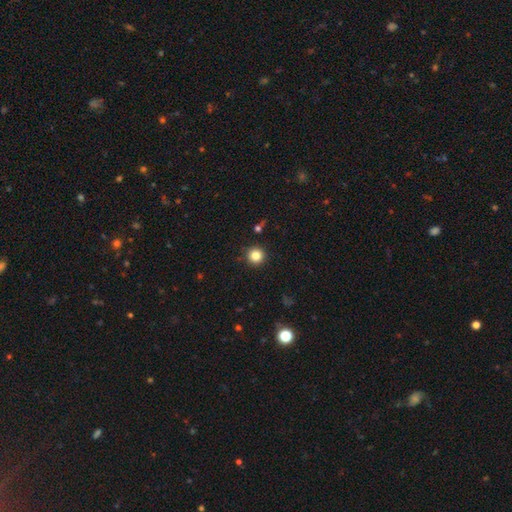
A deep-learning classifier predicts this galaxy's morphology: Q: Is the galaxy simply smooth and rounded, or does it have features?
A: smooth — 83%.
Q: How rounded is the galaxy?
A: round — 96%.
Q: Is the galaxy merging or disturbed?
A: none — 91%.